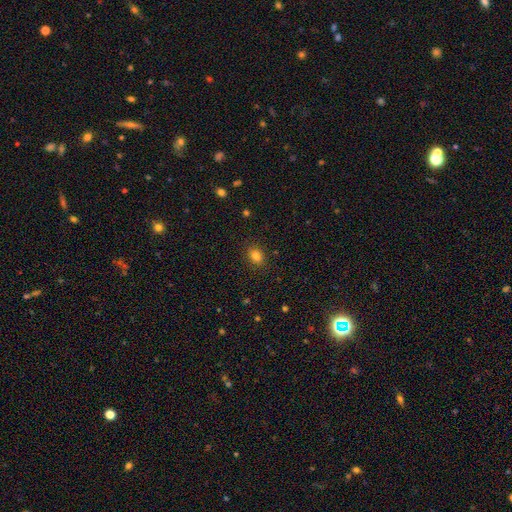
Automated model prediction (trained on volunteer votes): smooth_or_featured: smooth (p=0.83) [alt: star or artifact p=0.13]
how_rounded: in between (p=0.59) [alt: round p=0.39]
merging: none (p=0.85) [alt: minor disturbance p=0.10]